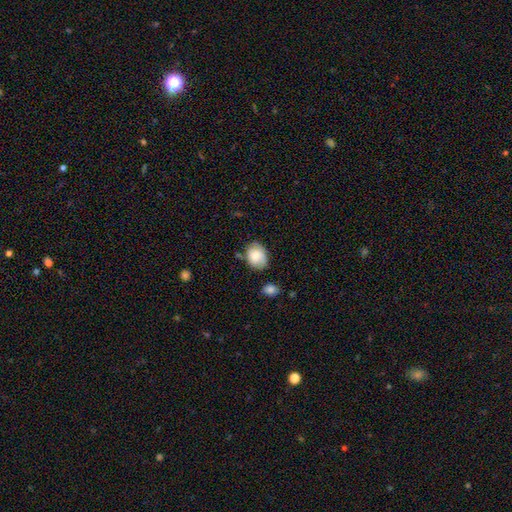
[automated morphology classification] Q: Smooth or featured?
A: smooth (72%); runner-up: featured or disk (20%)
Q: How rounded?
A: in between (56%); runner-up: round (43%)
Q: Merging?
A: none (65%); runner-up: minor disturbance (25%)